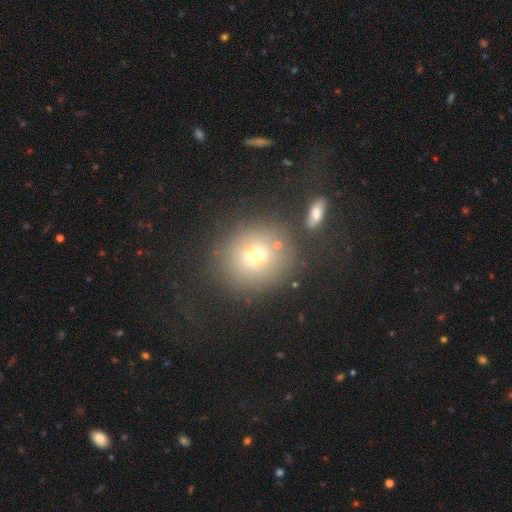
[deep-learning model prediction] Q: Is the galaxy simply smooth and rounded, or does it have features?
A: smooth — 66%.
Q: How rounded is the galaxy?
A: round — 85%.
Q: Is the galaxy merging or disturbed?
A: none — 67%.